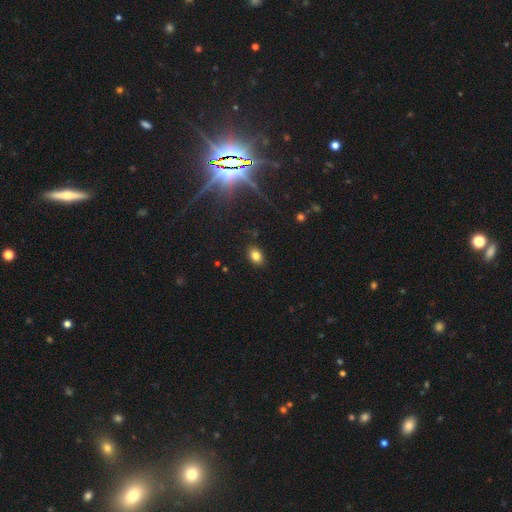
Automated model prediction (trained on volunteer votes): smooth_or_featured: smooth (p=0.82) [alt: star or artifact p=0.11]
how_rounded: in between (p=0.77) [alt: round p=0.22]
merging: none (p=0.87) [alt: minor disturbance p=0.09]